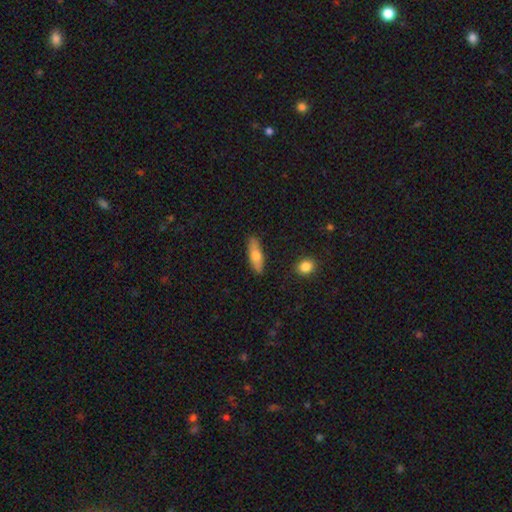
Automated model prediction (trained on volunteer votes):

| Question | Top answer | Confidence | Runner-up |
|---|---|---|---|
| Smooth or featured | smooth | 68% | featured or disk (26%) |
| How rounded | in between | 51% | cigar-shaped (46%) |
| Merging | none | 87% | minor disturbance (10%) |